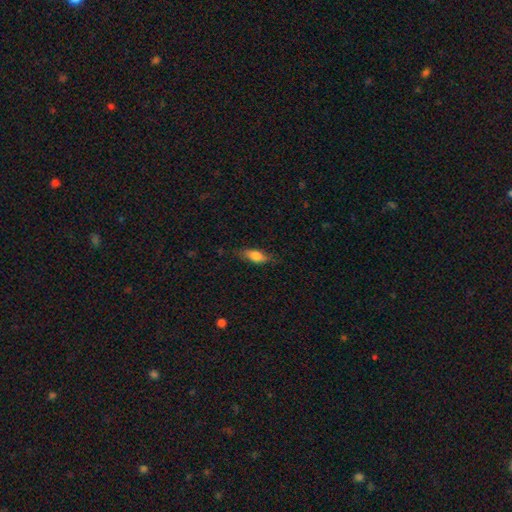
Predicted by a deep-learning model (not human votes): Smooth or featured? Predicted: smooth (p=0.75). How rounded? Predicted: in between (p=0.71). Merging? Predicted: none (p=0.76).